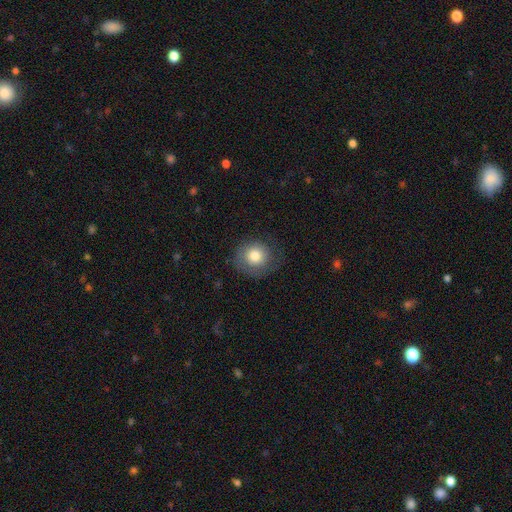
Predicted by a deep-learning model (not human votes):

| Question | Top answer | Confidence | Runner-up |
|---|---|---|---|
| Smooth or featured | smooth | 76% | featured or disk (15%) |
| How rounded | round | 88% | in between (11%) |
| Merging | none | 71% | minor disturbance (18%) |